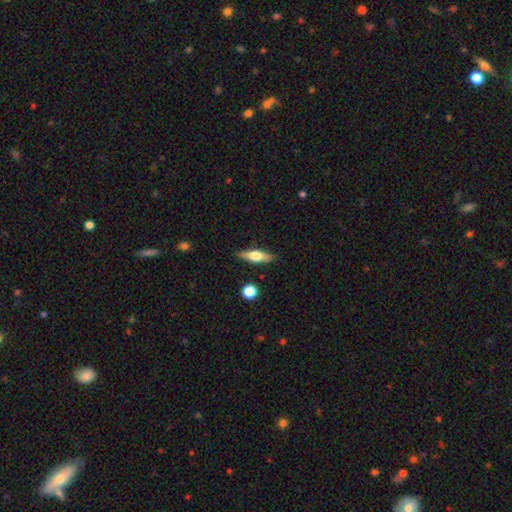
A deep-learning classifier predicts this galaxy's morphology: A featured or disk galaxy (47%).

Vote fractions:
- Smooth or featured? featured or disk: 47% / smooth: 46% / star or artifact: 7%
- Merging? none: 85% / minor disturbance: 11% / major disturbance: 2% / merger: 2%